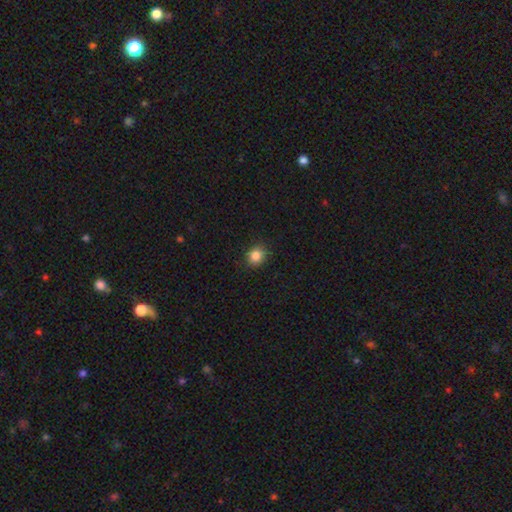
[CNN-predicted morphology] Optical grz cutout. It shows a smooth galaxy with no disk features (85%) that is round (69%). Merging: none (88%).